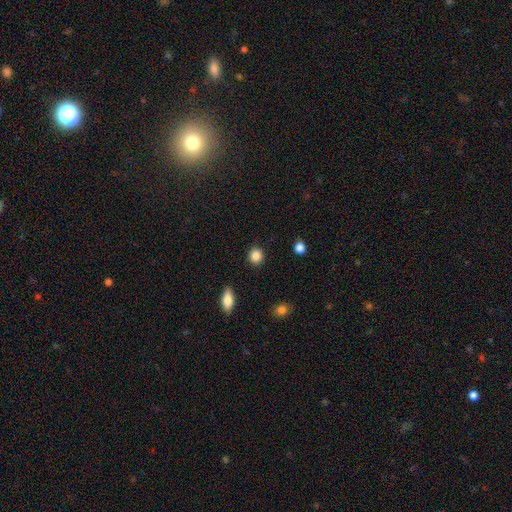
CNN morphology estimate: smooth_or_featured: smooth (p=0.87) [alt: star or artifact p=0.09]
how_rounded: round (p=0.86) [alt: in between p=0.12]
merging: none (p=0.90) [alt: minor disturbance p=0.06]